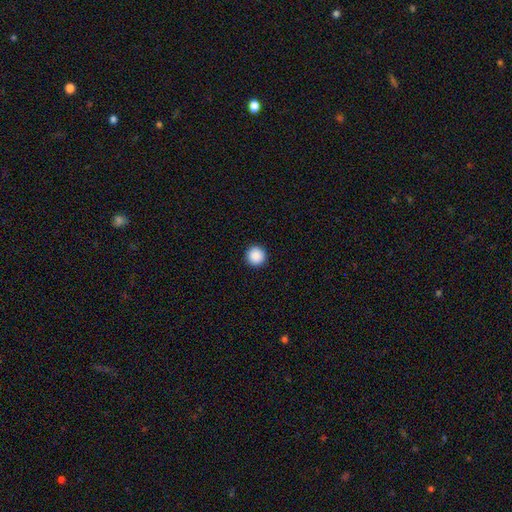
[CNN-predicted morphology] Smooth or featured? Predicted: smooth (p=0.89). How rounded? Predicted: round (p=0.97). Merging? Predicted: none (p=0.94).